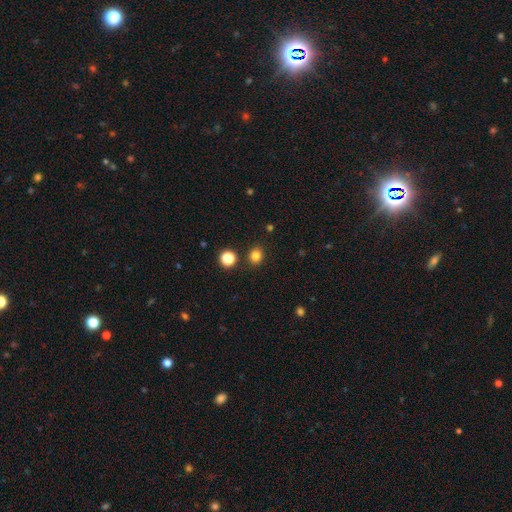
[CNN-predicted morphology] smooth-or-featured: smooth: 82% | star or artifact: 14% | featured or disk: 4%
  how-rounded: round: 74% | in between: 25% | cigar-shaped: 1%
  merging: none: 87% | minor disturbance: 7% | merger: 4% | major disturbance: 2%